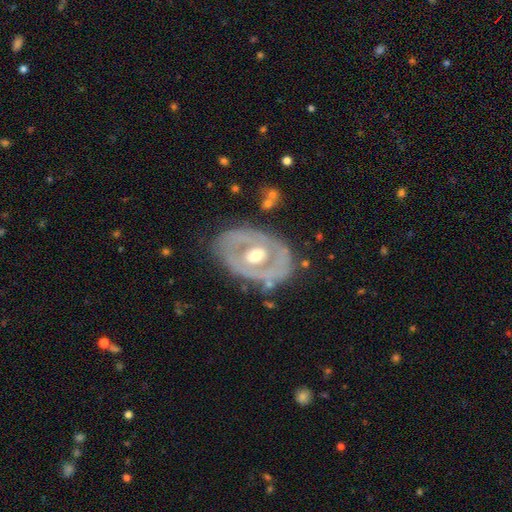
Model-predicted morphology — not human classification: Smooth or featured: featured or disk — 73% (smooth — 22%)
Edge-on disk: no — 93% (yes — 7%)
Bar: no — 65% (weak — 24%)
Spiral arms: no — 71% (yes — 29%)
Bulge size: moderate — 71% (small — 19%)
Merging: none — 70% (minor disturbance — 19%)